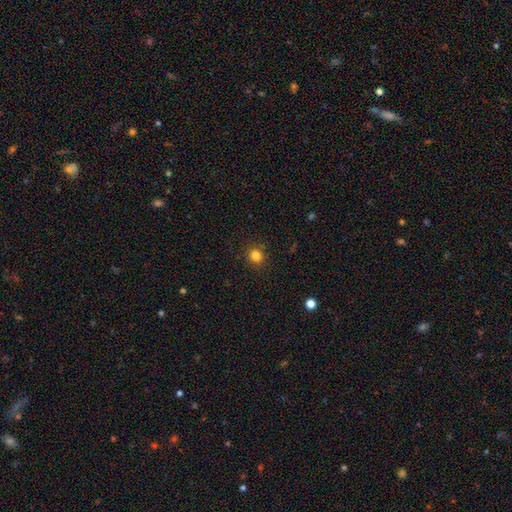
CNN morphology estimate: Smooth or featured? smooth (82%)
How rounded? round (89%)
Merging? none (91%)